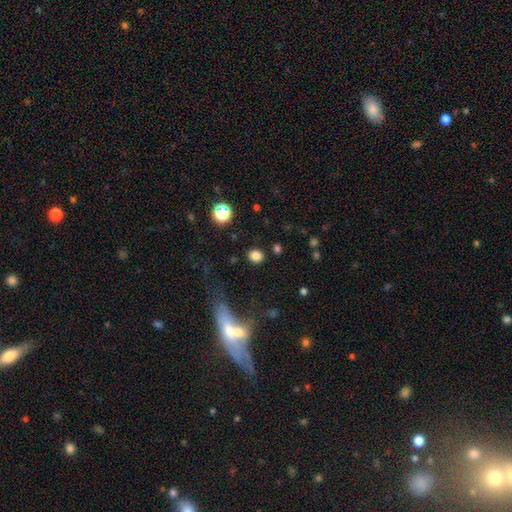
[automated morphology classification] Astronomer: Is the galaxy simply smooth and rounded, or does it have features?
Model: smooth — 81%.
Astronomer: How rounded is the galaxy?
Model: round — 70%.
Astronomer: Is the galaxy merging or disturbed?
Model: none — 88%.